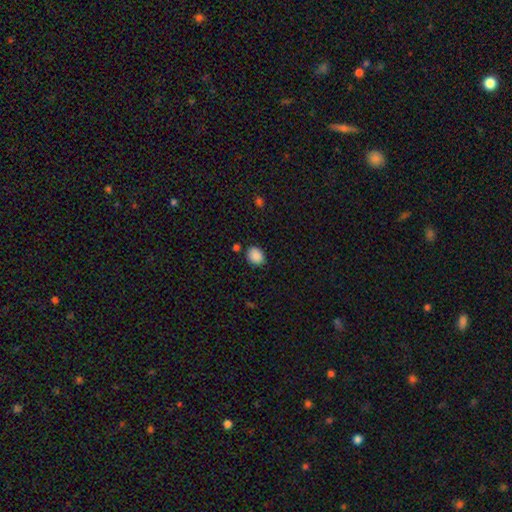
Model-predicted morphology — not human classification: Smooth or featured? smooth (88%)
How rounded? in between (54%)
Merging? none (81%)